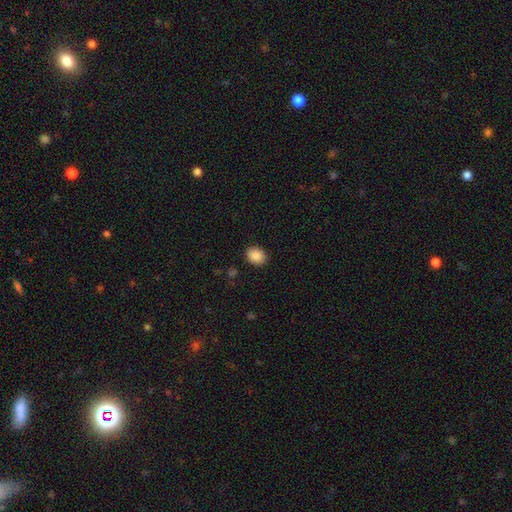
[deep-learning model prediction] Overall: smooth (88%). How rounded: in between (50%; round 49%). Merging: none (89%).